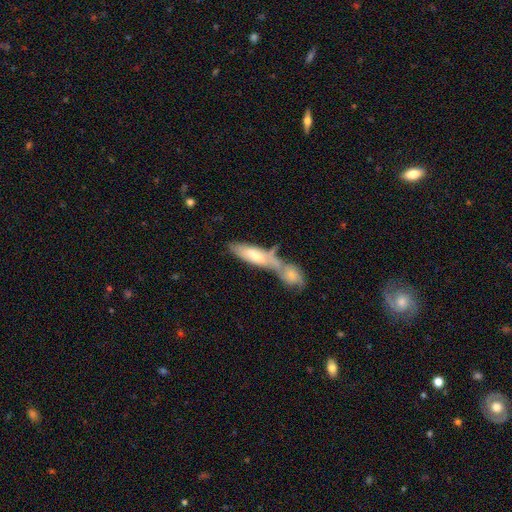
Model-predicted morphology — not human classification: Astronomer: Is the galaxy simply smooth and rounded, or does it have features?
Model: smooth — 55% (runner-up: featured or disk, 39%).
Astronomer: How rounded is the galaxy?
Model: cigar-shaped — 57% (runner-up: in between, 41%).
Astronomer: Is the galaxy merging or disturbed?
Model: merger — 61%.